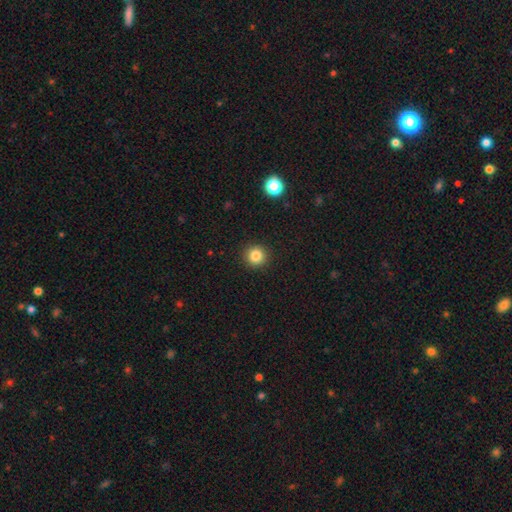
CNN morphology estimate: The model was most divided on "smooth or featured": smooth: 84%, star or artifact: 11%, featured or disk: 5%. More confident: how rounded — round (94%); merging — none (92%).